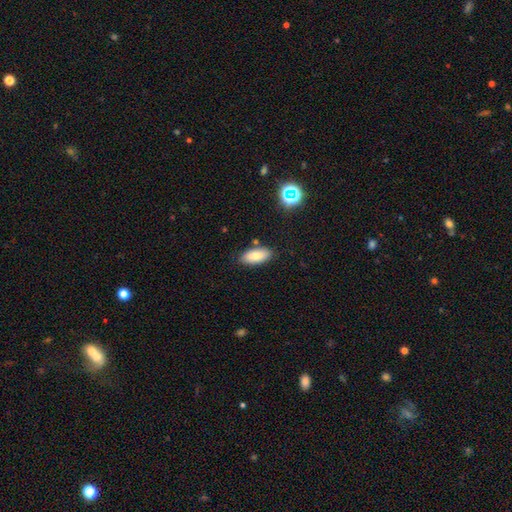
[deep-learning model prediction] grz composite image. It shows a smooth galaxy with no disk features (77%) that is in between round and cigar-shaped (89%). Merging: none (82%).